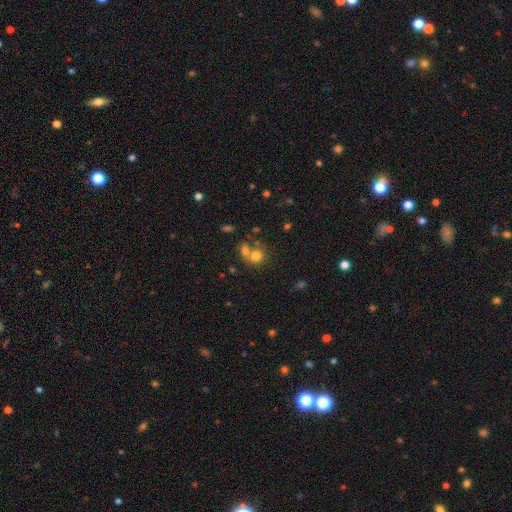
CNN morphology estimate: This appears to be a smooth galaxy with no disk features (74%) that is round (76%). Merging: merger (48%).